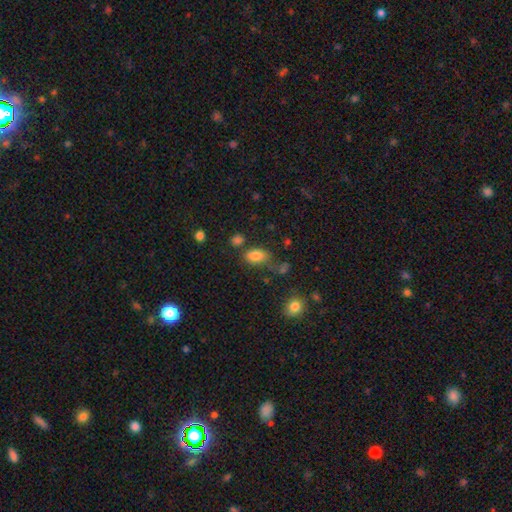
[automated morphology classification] Smooth or featured: smooth — 83% (star or artifact — 11%)
How rounded: in between — 89% (round — 9%)
Merging: none — 63% (minor disturbance — 18%)